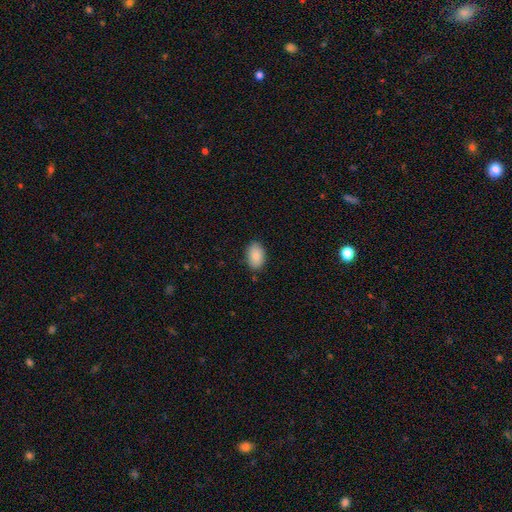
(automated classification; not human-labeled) Smooth or featured? Predicted: smooth (p=0.87). How rounded? Predicted: in between (p=0.89). Merging? Predicted: none (p=0.85).